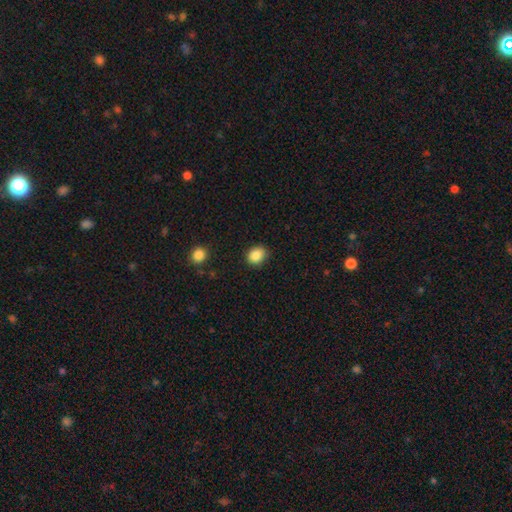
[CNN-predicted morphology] The model was most divided on "how rounded": round: 63%, in between: 36%, cigar-shaped: 1%. More confident: smooth or featured — smooth (87%); merging — none (83%).